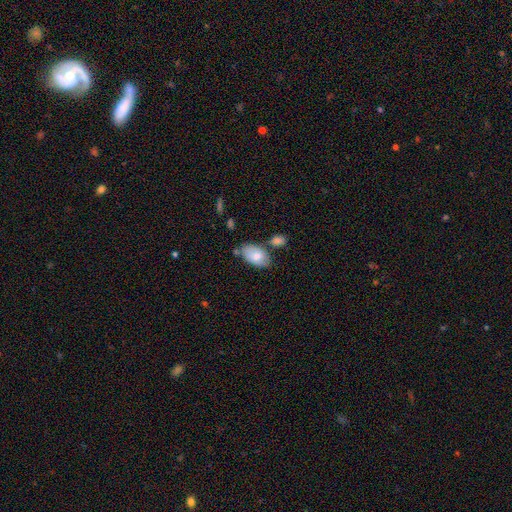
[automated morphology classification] Smooth or featured? smooth (77%)
How rounded? in between (93%)
Merging? none (61%)